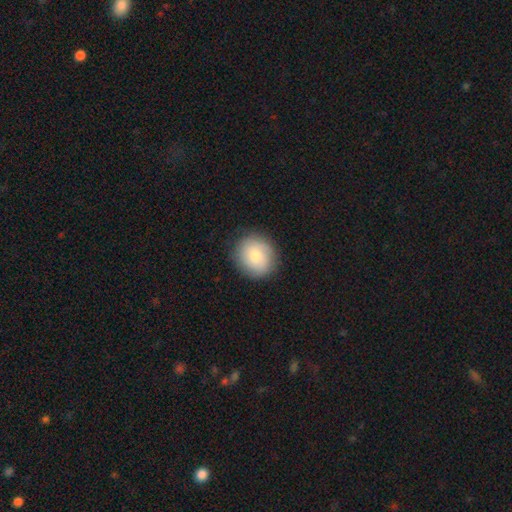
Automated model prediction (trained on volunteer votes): Q: Smooth or featured?
A: smooth (79%); runner-up: featured or disk (14%)
Q: How rounded?
A: round (85%); runner-up: in between (14%)
Q: Merging?
A: none (86%); runner-up: minor disturbance (10%)